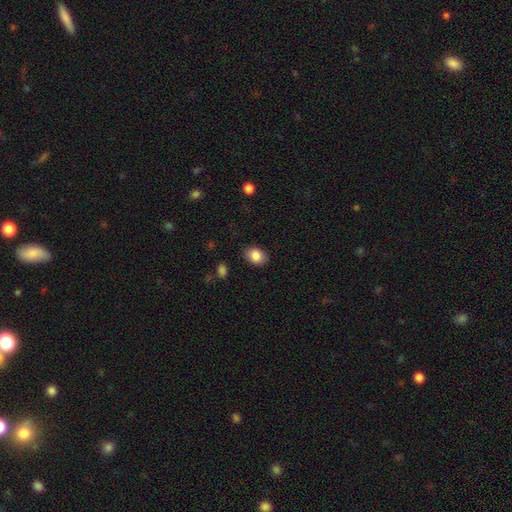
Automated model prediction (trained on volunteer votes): A smooth galaxy with no disk features (86%) that is in between round and cigar-shaped (70%).

Vote fractions:
- Smooth or featured? smooth: 86% / star or artifact: 8% / featured or disk: 6%
- How rounded? in between: 70% / round: 29% / cigar-shaped: 1%
- Merging? none: 86% / minor disturbance: 10% / major disturbance: 2% / merger: 1%